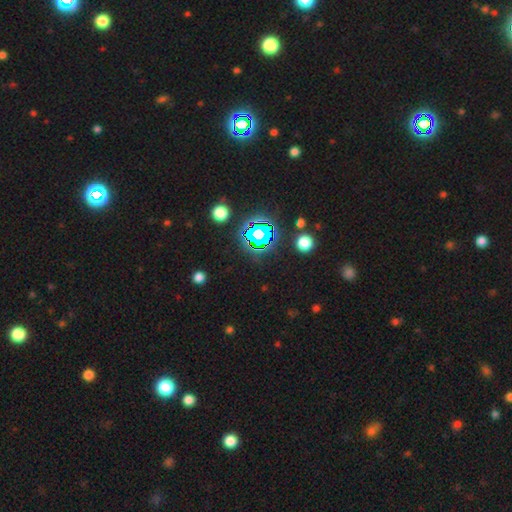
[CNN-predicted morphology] This appears to be a star or artifact, not a galaxy (78%).